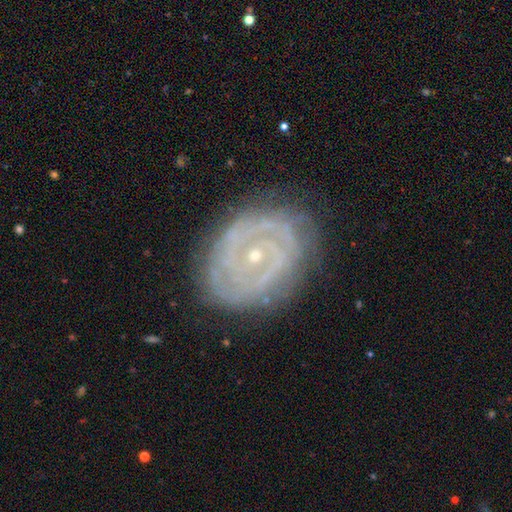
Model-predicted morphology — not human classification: type=featured or disk (85%); edge-on=no (97%); bar=no (64%); spiral arms=yes (92%); winding=tight (78%); arm count=2 (35%); bulge=small (79%); merging=none (79%).